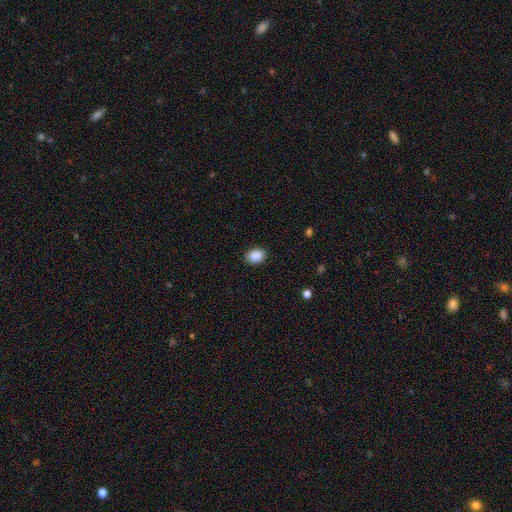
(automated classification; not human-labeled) Smooth or featured?
  - smooth: 89% *
  - star or artifact: 8%
  - featured or disk: 3%
How rounded?
  - in between: 71% *
  - round: 28%
  - cigar-shaped: 1%
Merging?
  - none: 89% *
  - minor disturbance: 8%
  - major disturbance: 2%
  - merger: 1%